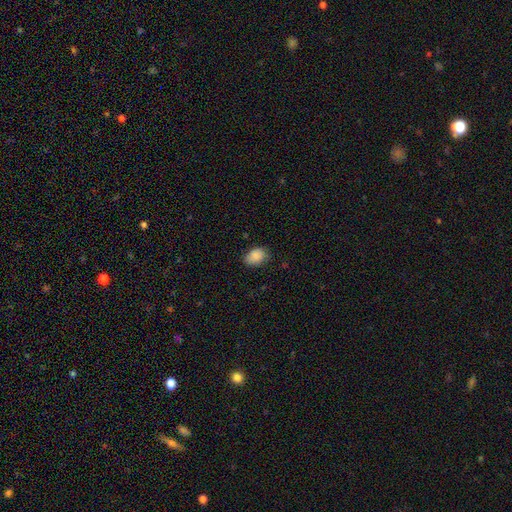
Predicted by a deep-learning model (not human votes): The model was most divided on "how rounded": in between: 77%, round: 22%, cigar-shaped: 1%. More confident: smooth or featured — smooth (88%); merging — none (75%).